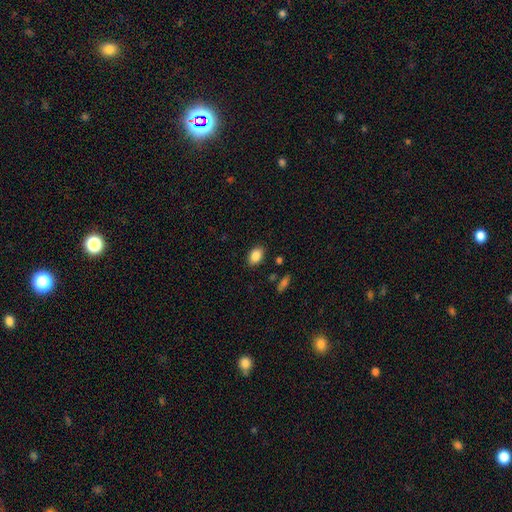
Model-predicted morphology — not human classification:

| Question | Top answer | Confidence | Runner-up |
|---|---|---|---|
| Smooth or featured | smooth | 86% | star or artifact (8%) |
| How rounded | in between | 83% | round (15%) |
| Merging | none | 86% | minor disturbance (9%) |